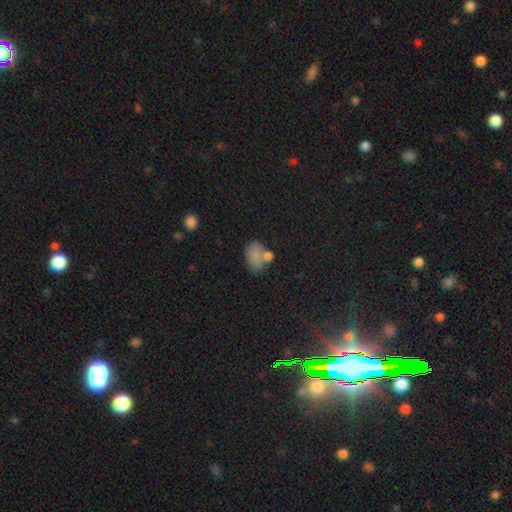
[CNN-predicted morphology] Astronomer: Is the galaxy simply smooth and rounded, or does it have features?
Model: smooth — 78%.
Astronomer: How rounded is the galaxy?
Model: in between — 73%.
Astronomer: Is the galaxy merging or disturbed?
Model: none — 43% (runner-up: merger, 30%).